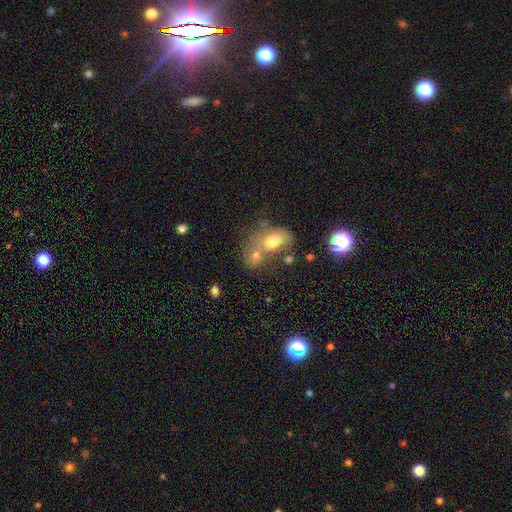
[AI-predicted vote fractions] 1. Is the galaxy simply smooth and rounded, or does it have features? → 67% smooth, 22% featured or disk, 12% star or artifact.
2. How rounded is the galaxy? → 67% in between, 31% round, 2% cigar-shaped.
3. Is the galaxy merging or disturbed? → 65% merger, 20% none, 8% minor disturbance, 7% major disturbance.